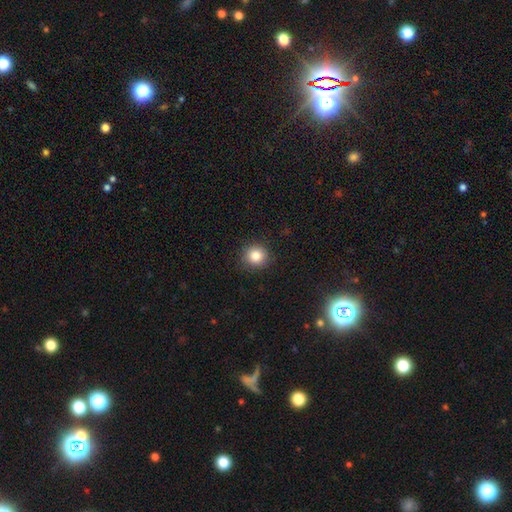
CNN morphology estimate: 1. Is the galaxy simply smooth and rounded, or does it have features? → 85% smooth, 10% star or artifact, 5% featured or disk.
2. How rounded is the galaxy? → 89% round, 10% in between, 1% cigar-shaped.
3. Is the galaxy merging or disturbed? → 89% none, 7% minor disturbance, 2% major disturbance, 1% merger.